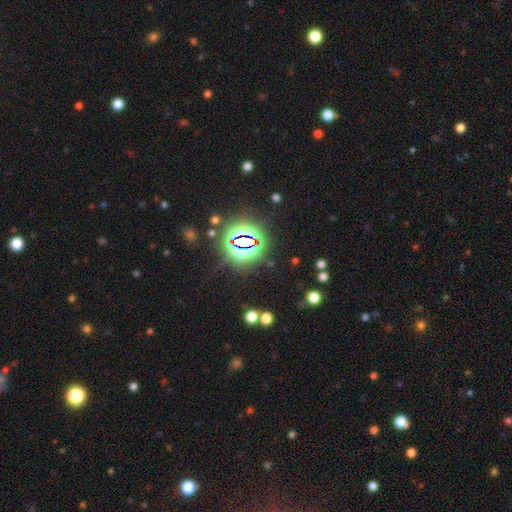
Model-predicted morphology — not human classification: type=star or artifact (84%).